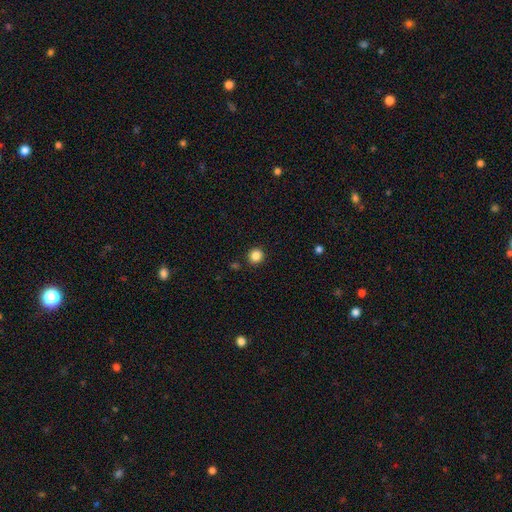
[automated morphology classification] This appears to be a smooth galaxy with no disk features (86%) that is round (92%). Merging: none (91%).